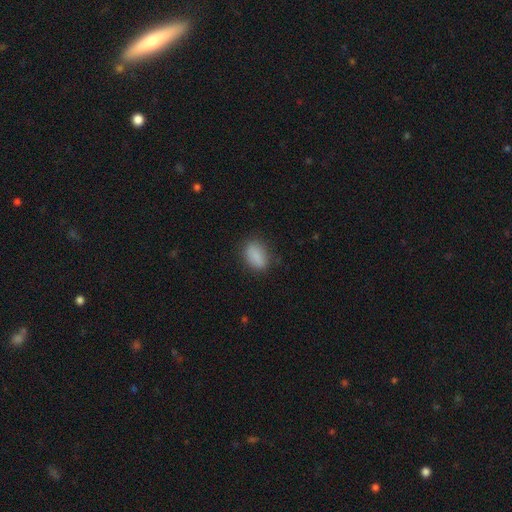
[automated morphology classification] A smooth galaxy with no disk features (87%) that is in between round and cigar-shaped (86%). Merging: none (79%).